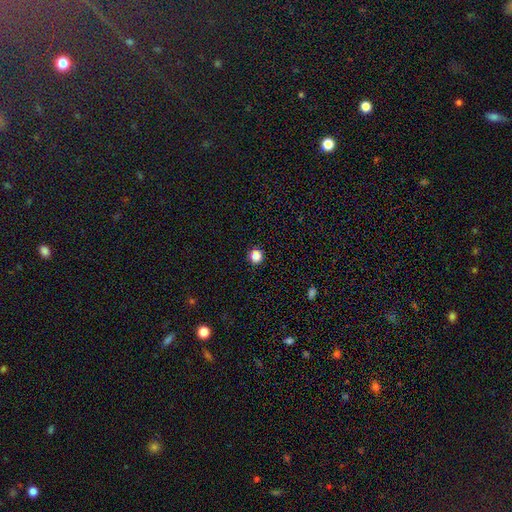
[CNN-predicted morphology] Smooth or featured?
  - smooth: 84% *
  - star or artifact: 13%
  - featured or disk: 4%
How rounded?
  - round: 96% *
  - in between: 4%
  - cigar-shaped: 1%
Merging?
  - none: 93% *
  - minor disturbance: 4%
  - major disturbance: 2%
  - merger: 1%